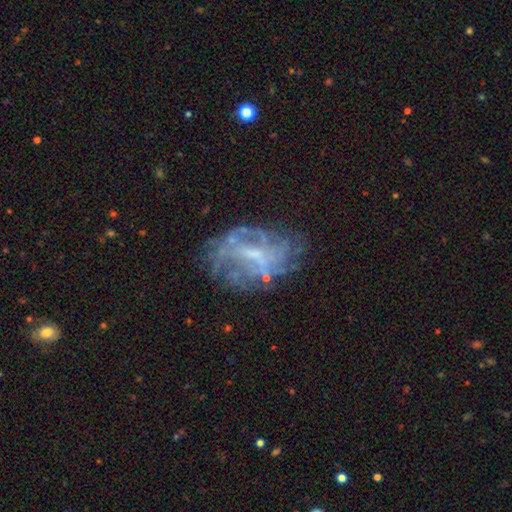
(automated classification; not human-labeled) Smooth or featured?
  - featured or disk: 73% *
  - smooth: 15%
  - star or artifact: 11%
Edge-on disk?
  - no: 96% *
  - yes: 4%
Bar?
  - weak: 50% *
  - no: 33%
  - strong: 17%
Spiral arms?
  - yes: 55% *
  - no: 45%
Bulge size?
  - small: 45% *
  - moderate: 26%
  - none: 26%
  - large: 2%
  - dominant: 1%
Merging?
  - none: 59% *
  - minor disturbance: 20%
  - major disturbance: 18%
  - merger: 3%